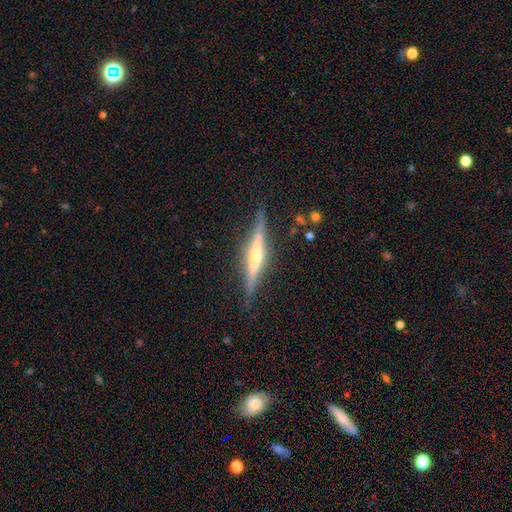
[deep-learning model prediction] featured or disk 76%, smooth 18%, star or artifact 6%. Down the decision tree: edge-on disk — yes (97%); edge-on bulge — rounded (63%); merging — none (85%).